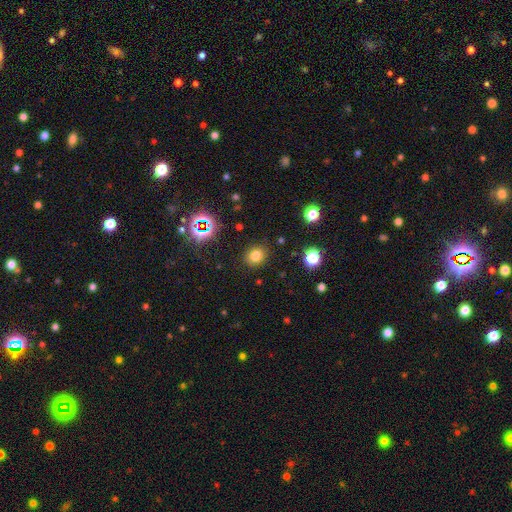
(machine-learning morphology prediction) type=smooth (76%); roundness=round (75%); merging=none (88%).